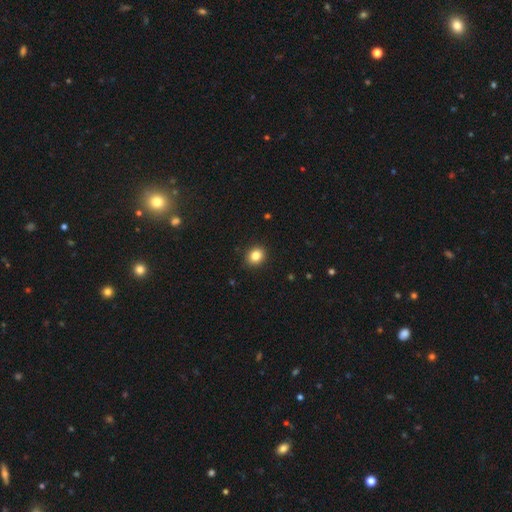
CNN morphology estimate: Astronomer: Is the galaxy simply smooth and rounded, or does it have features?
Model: smooth — 84%.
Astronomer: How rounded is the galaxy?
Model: round — 68%.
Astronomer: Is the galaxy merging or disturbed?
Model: none — 91%.